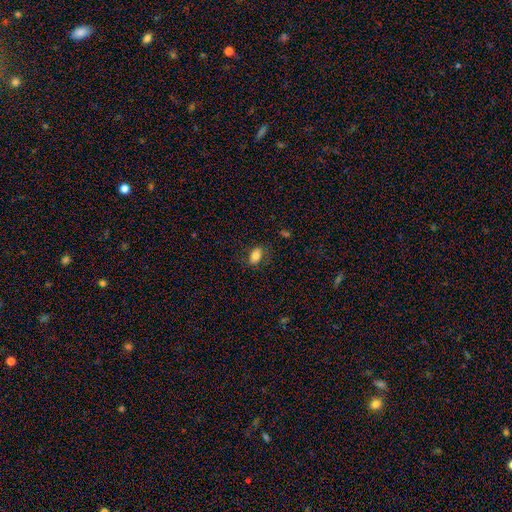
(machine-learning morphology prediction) A smooth galaxy with no disk features (80%) that is in between round and cigar-shaped (89%). Merging: none (78%).